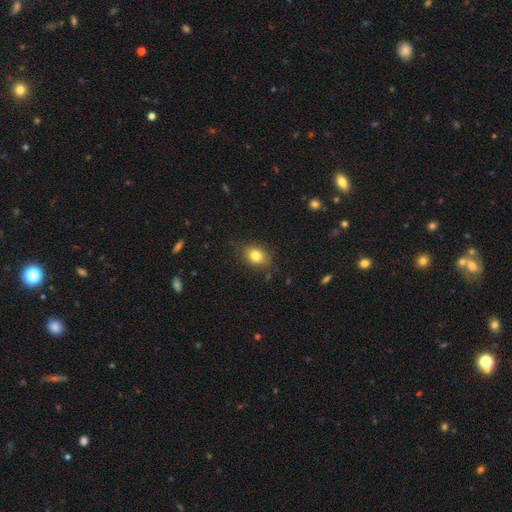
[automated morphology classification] A smooth galaxy with no disk features (81%) that is in between round and cigar-shaped (63%). Merging: none (81%).